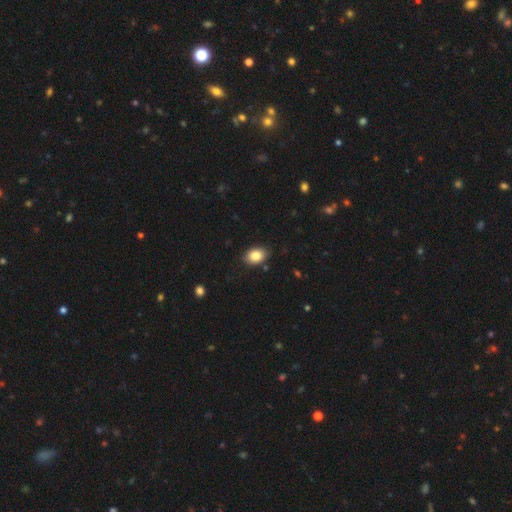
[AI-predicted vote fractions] This appears to be a smooth galaxy with no disk features (85%) that is in between round and cigar-shaped (80%). Merging: none (85%).